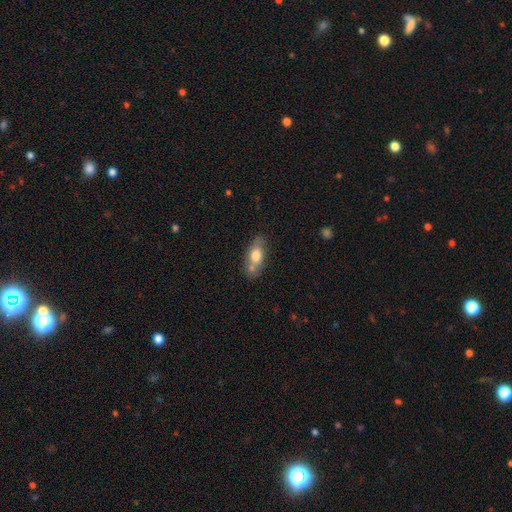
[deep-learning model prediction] A smooth galaxy with no disk features (69%) that is in between round and cigar-shaped (82%).

Vote fractions:
- Smooth or featured? smooth: 69% / featured or disk: 24% / star or artifact: 7%
- How rounded? in between: 82% / cigar-shaped: 12% / round: 6%
- Merging? none: 57% / merger: 19% / minor disturbance: 19% / major disturbance: 6%